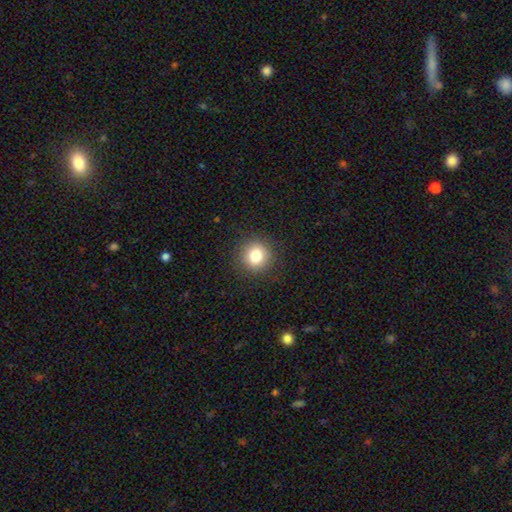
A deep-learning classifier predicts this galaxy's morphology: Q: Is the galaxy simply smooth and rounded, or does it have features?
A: smooth — 81%.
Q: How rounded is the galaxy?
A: round — 93%.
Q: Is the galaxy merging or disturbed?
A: none — 91%.